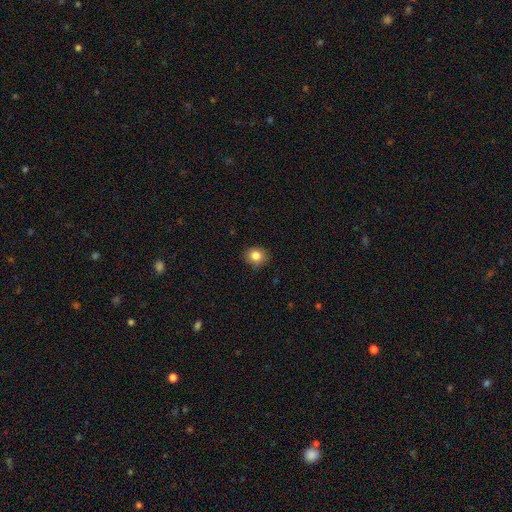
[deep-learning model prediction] Morphology: type=smooth (84%); roundness=round (75%); merging=none (86%).